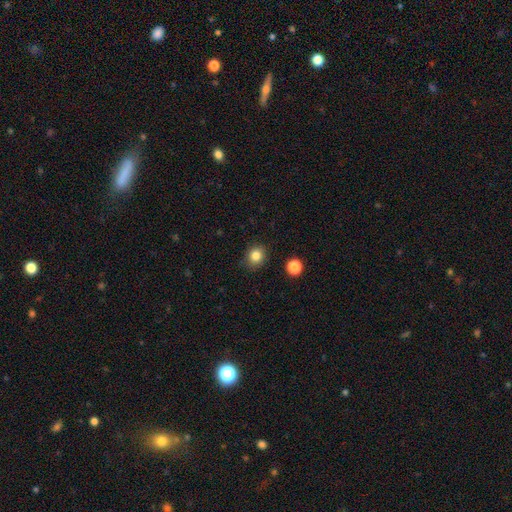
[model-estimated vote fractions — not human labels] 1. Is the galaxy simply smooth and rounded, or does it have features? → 83% smooth, 11% star or artifact, 5% featured or disk.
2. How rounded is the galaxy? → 75% round, 24% in between, 1% cigar-shaped.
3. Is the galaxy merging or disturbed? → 86% none, 10% minor disturbance, 2% major disturbance, 2% merger.